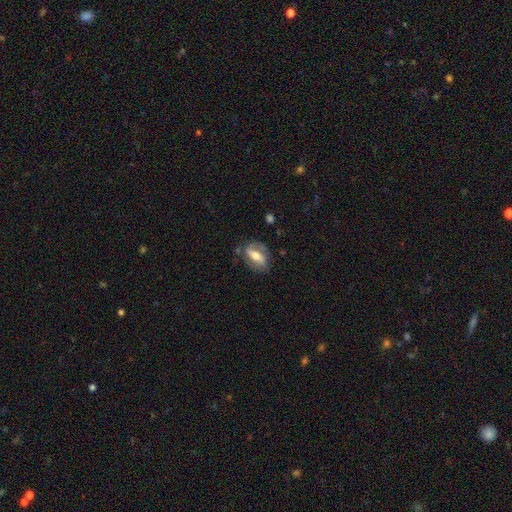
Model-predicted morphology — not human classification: featured or disk 59%, smooth 35%, star or artifact 7%. Down the decision tree: edge-on disk — no (89%); bar — strong (46%); spiral arms — yes (72%); bulge size — moderate (63%); merging — none (66%).